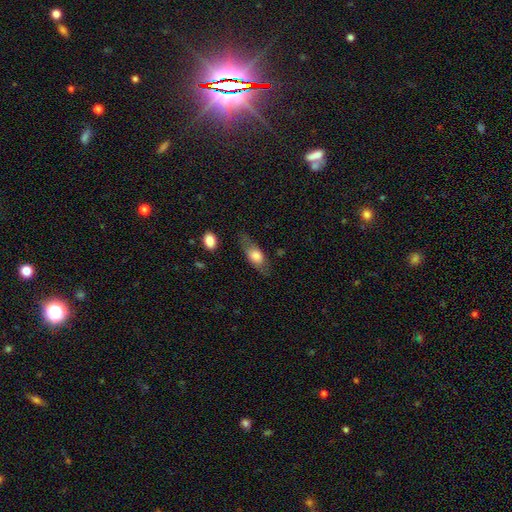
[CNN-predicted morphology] The model was most divided on "smooth or featured": smooth: 65%, featured or disk: 28%, star or artifact: 7%. More confident: how rounded — in between (70%); merging — none (68%).